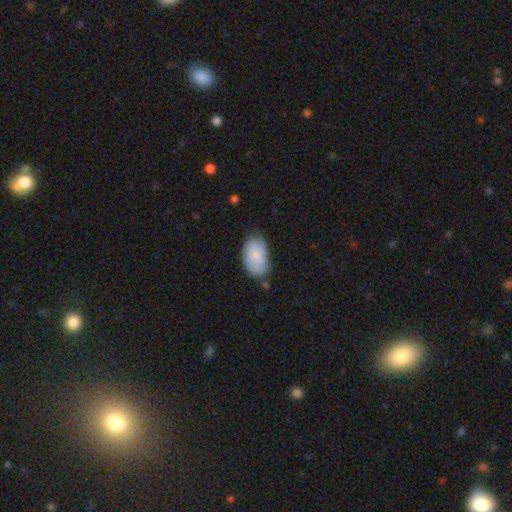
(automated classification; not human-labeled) smooth-or-featured: smooth: 78% | featured or disk: 16% | star or artifact: 6%
  how-rounded: in between: 93% | round: 5% | cigar-shaped: 2%
  merging: none: 58% | minor disturbance: 30% | major disturbance: 7% | merger: 4%